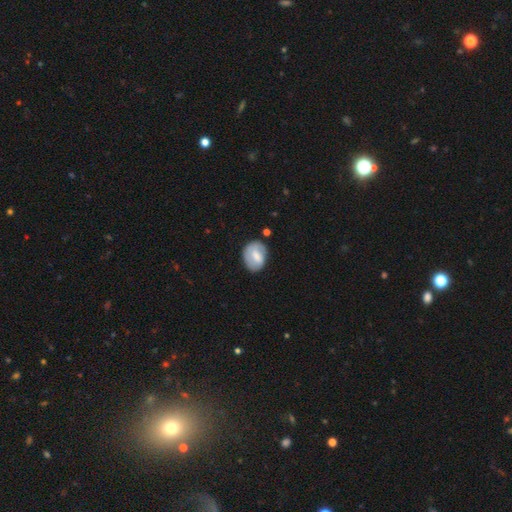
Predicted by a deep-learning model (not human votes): smooth-or-featured: smooth: 64% | featured or disk: 30% | star or artifact: 6%
  how-rounded: in between: 70% | round: 29% | cigar-shaped: 1%
  merging: none: 67% | minor disturbance: 23% | major disturbance: 7% | merger: 3%